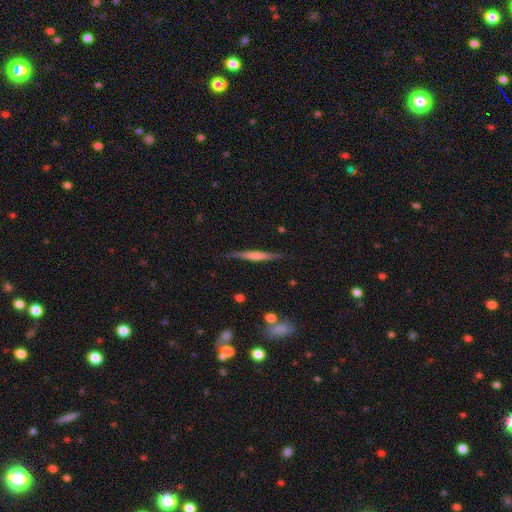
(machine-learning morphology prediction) This is likely a featured or disk galaxy (66%). It is clearly viewed edge-on (97%). Edge-on bulge: possibly rounded (58%). Merging: clearly none (87%).